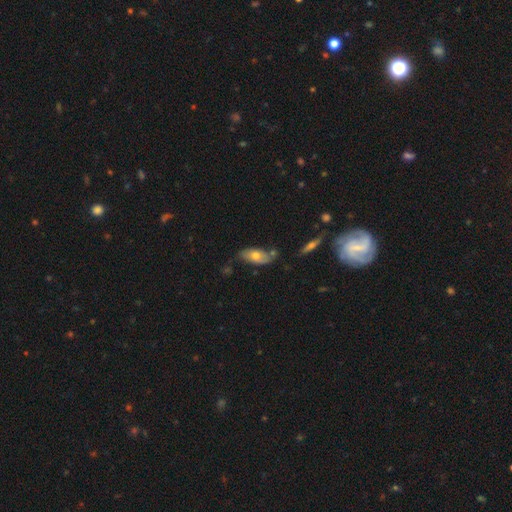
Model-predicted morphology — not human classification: This is likely a smooth galaxy (62%). How rounded: clearly in between (85%). Merging: likely none (63%).